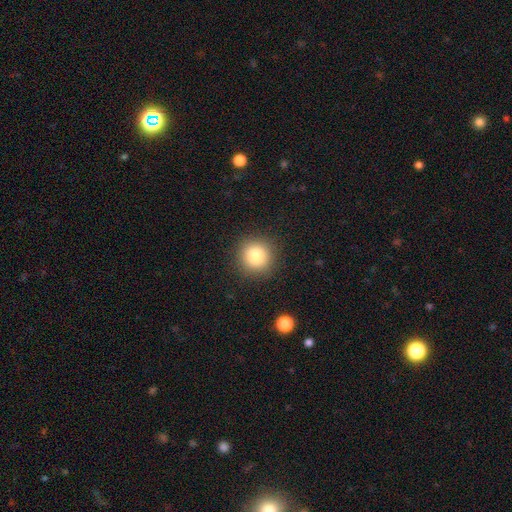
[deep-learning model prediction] Smooth or featured: smooth — 83% (star or artifact — 10%)
How rounded: round — 93% (in between — 6%)
Merging: none — 90% (minor disturbance — 6%)